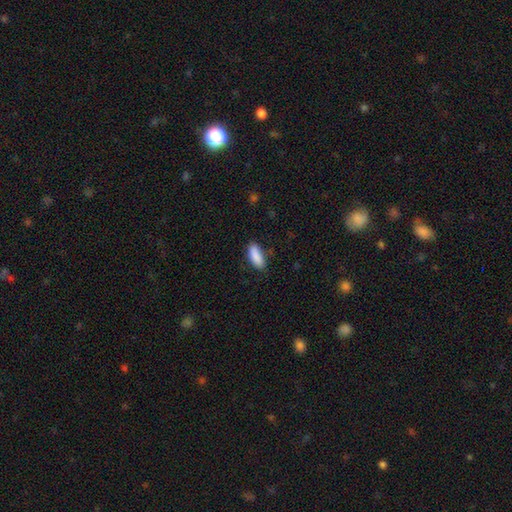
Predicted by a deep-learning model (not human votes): The model was most divided on "how rounded": in between: 75%, cigar-shaped: 24%, round: 2%. More confident: smooth or featured — smooth (90%); merging — none (82%).